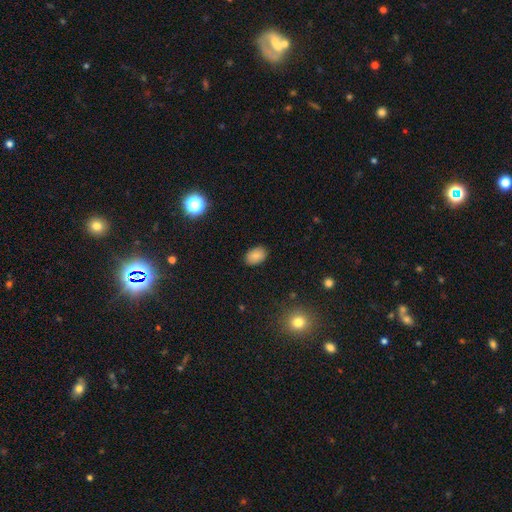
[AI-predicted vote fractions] Smooth or featured? Predicted: smooth (p=0.84). How rounded? Predicted: in between (p=0.86). Merging? Predicted: none (p=0.88).